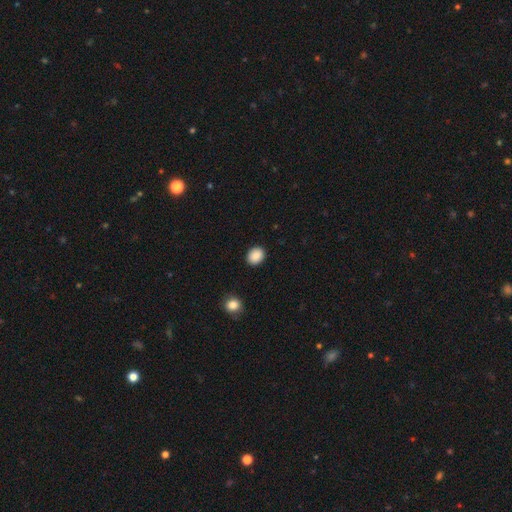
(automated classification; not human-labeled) Q: Smooth or featured?
A: smooth (88%); runner-up: star or artifact (8%)
Q: How rounded?
A: round (53%); runner-up: in between (47%)
Q: Merging?
A: none (90%); runner-up: minor disturbance (6%)